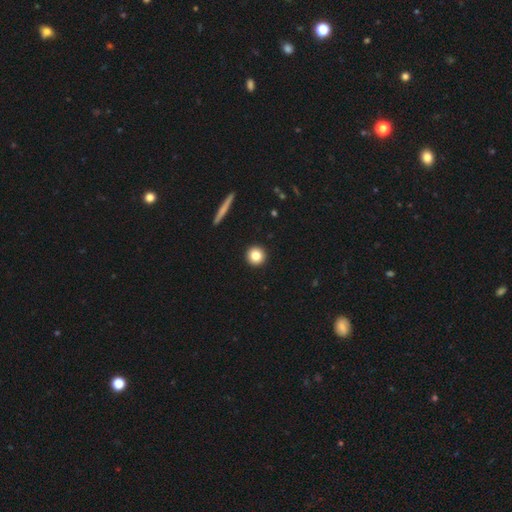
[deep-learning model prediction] smooth_or_featured: smooth (p=0.82) [alt: star or artifact p=0.10]
how_rounded: round (p=0.96) [alt: in between p=0.03]
merging: none (p=0.94) [alt: minor disturbance p=0.04]